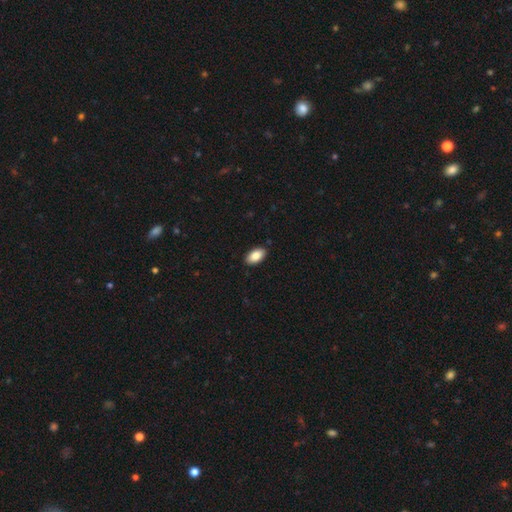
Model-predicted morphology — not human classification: Overall: smooth (86%). How rounded: in between (94%). Merging: none (90%).